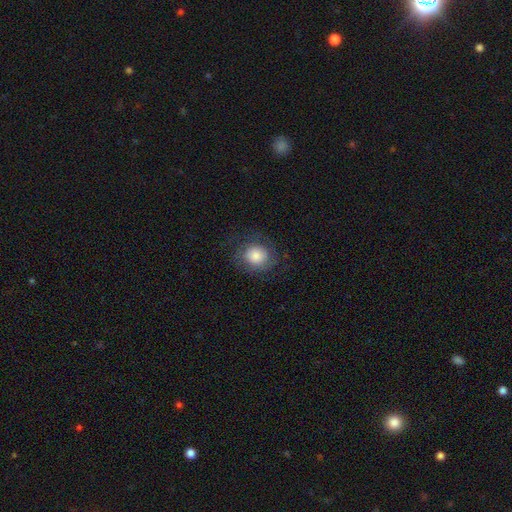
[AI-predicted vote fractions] This appears to be a smooth galaxy with no disk features (75%) that is round (79%). Merging: none (75%).